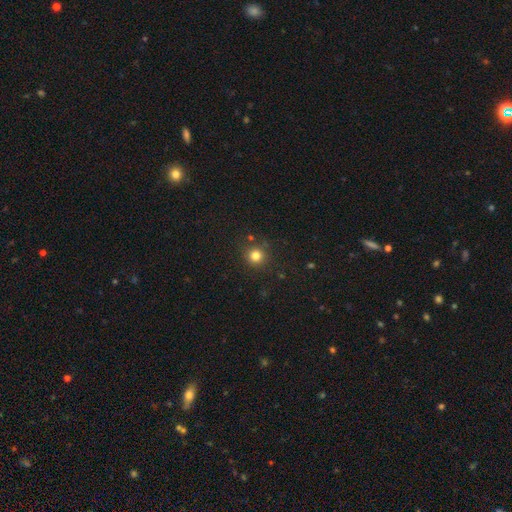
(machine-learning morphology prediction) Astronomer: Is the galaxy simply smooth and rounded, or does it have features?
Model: smooth — 80%.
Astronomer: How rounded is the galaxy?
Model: round — 94%.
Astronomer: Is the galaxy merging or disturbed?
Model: none — 87%.